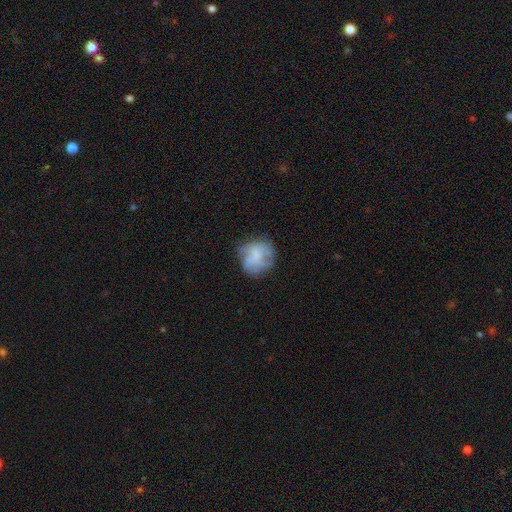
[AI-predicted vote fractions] Q: Smooth or featured?
A: smooth (53%); runner-up: featured or disk (38%)
Q: How rounded?
A: round (78%); runner-up: in between (21%)
Q: Merging?
A: none (57%); runner-up: minor disturbance (25%)